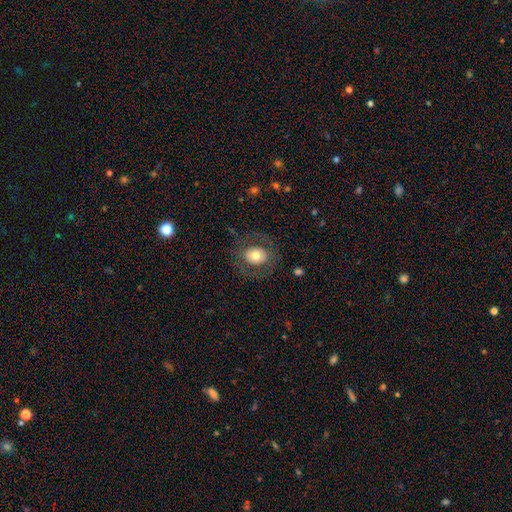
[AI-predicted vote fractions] smooth-or-featured: smooth: 63% | featured or disk: 28% | star or artifact: 8%
  how-rounded: round: 66% | in between: 33% | cigar-shaped: 1%
  merging: none: 78% | minor disturbance: 11% | major disturbance: 10% | merger: 1%